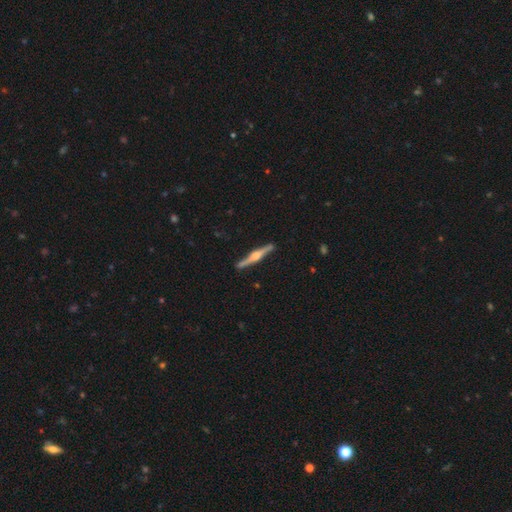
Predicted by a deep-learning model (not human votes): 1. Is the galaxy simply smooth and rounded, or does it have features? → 79% featured or disk, 16% smooth, 5% star or artifact.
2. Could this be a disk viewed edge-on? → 98% yes, 2% no.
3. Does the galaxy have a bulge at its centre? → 86% rounded, 10% boxy, 3% none.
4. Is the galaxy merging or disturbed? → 90% none, 7% minor disturbance, 1% major disturbance, 1% merger.